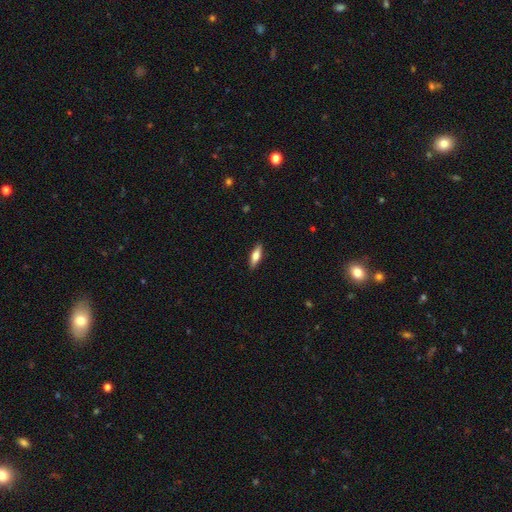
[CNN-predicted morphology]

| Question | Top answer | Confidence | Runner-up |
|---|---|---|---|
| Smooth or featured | smooth | 67% | featured or disk (27%) |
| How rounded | cigar-shaped | 50% | in between (48%) |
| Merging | none | 89% | minor disturbance (8%) |